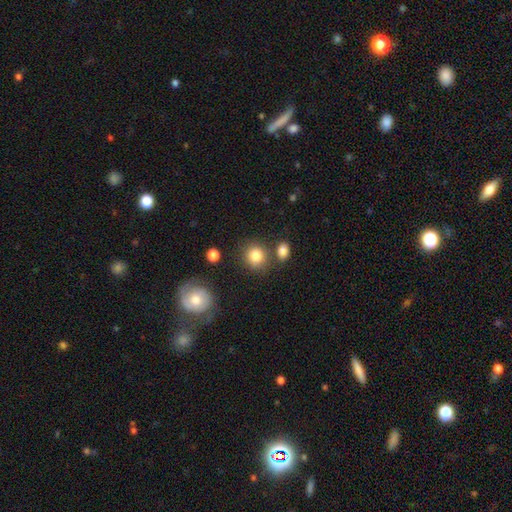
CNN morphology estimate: The model was most divided on "how rounded": round: 80%, in between: 18%, cigar-shaped: 1%. More confident: smooth or featured — smooth (83%); merging — none (74%).